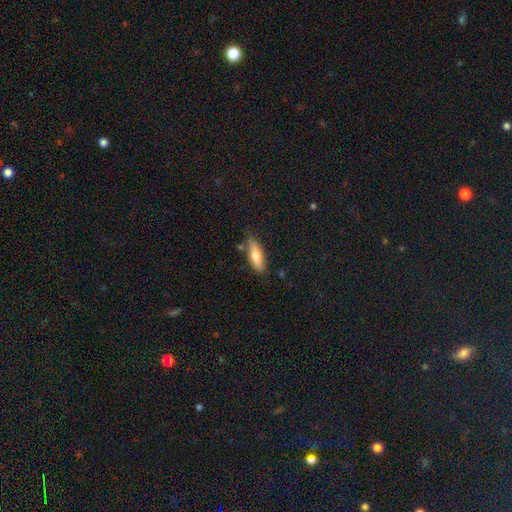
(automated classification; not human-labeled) Q: Smooth or featured?
A: smooth (69%); runner-up: featured or disk (24%)
Q: How rounded?
A: in between (51%); runner-up: cigar-shaped (46%)
Q: Merging?
A: none (75%); runner-up: minor disturbance (17%)